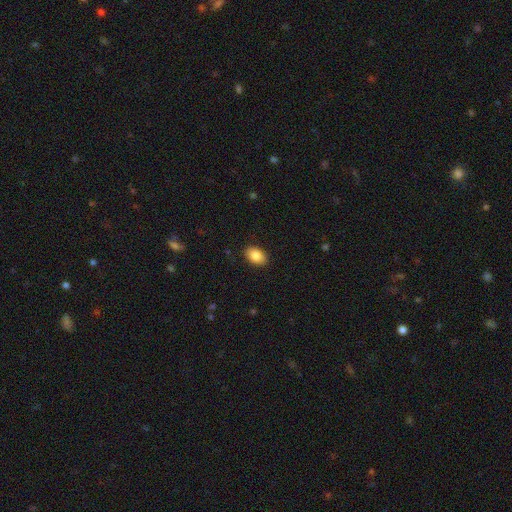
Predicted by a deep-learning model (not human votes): Morphology: type=smooth (86%); roundness=in between (85%); merging=none (89%).